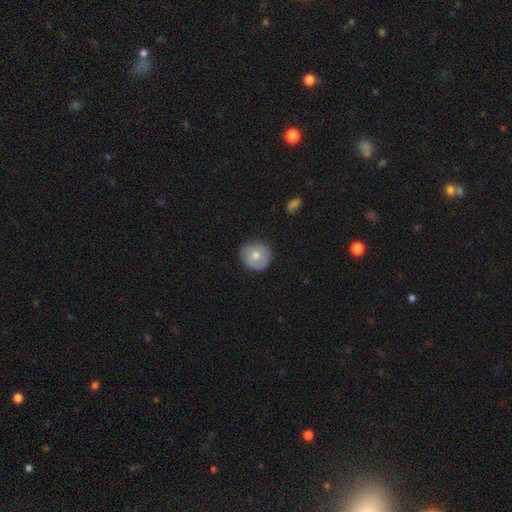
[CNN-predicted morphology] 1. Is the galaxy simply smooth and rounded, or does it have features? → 64% smooth, 29% featured or disk, 7% star or artifact.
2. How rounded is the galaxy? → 90% round, 9% in between, 1% cigar-shaped.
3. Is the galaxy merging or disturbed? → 81% none, 15% minor disturbance, 3% major disturbance, 1% merger.